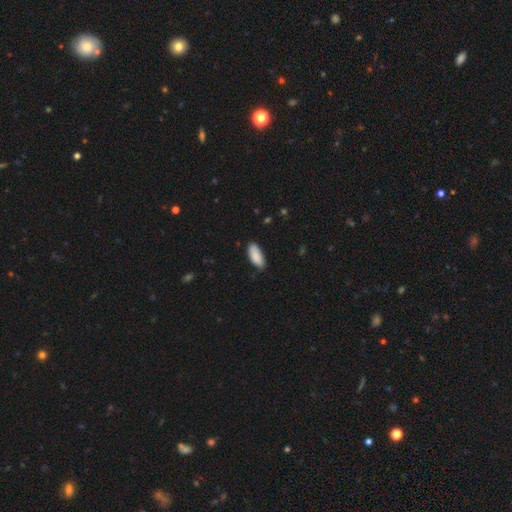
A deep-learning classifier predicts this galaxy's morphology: Smooth or featured?
  - smooth: 89% *
  - star or artifact: 6%
  - featured or disk: 5%
How rounded?
  - in between: 84% *
  - cigar-shaped: 14%
  - round: 2%
Merging?
  - none: 81% *
  - minor disturbance: 16%
  - major disturbance: 2%
  - merger: 1%